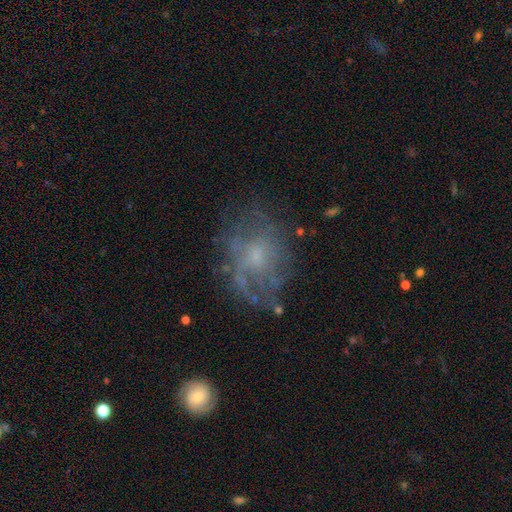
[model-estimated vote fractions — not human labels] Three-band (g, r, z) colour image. It shows a featured or disk galaxy (60%) with no bar (77%), no spiral arms (51%) and a small central bulge (51%). Merging: none (56%).